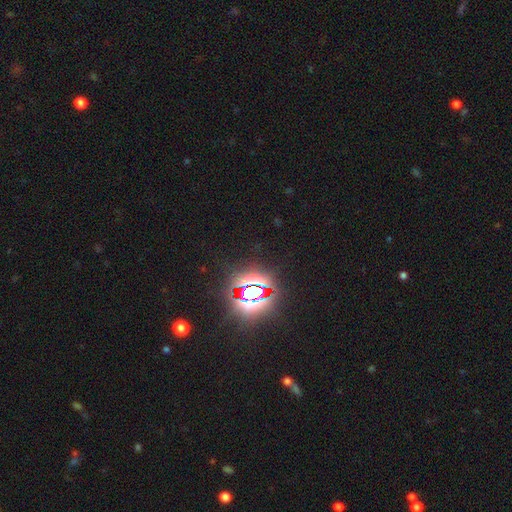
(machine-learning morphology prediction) A star or artifact, not a galaxy (83%).

Vote fractions:
- Smooth or featured? star or artifact: 83% / smooth: 10% / featured or disk: 7%